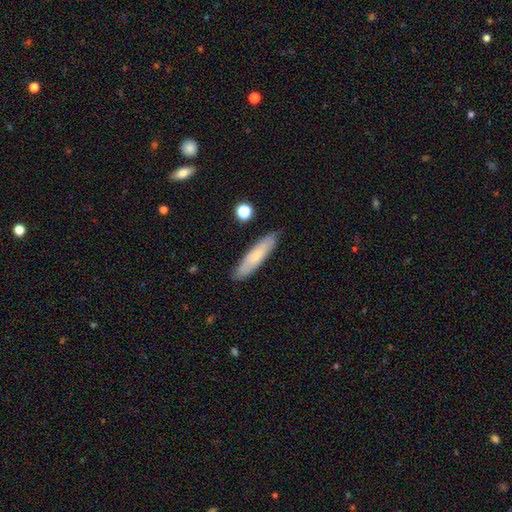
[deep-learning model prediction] Smooth or featured? smooth (67%)
How rounded? cigar-shaped (79%)
Merging? none (85%)